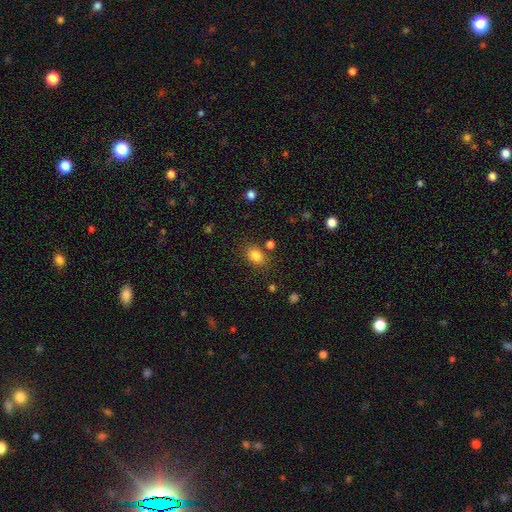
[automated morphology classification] Smooth or featured? smooth (83%)
How rounded? in between (70%)
Merging? none (78%)